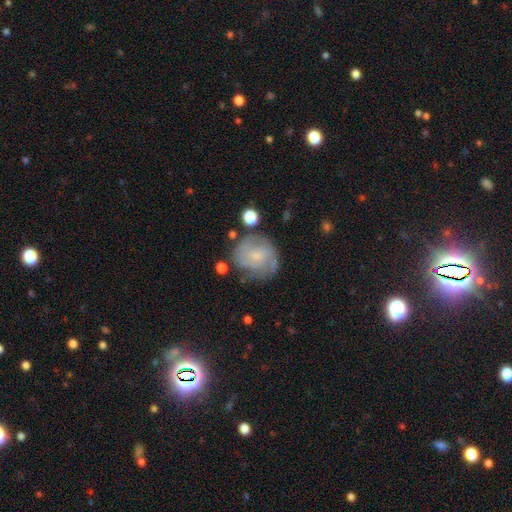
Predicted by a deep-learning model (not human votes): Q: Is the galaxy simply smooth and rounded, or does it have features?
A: featured or disk — 56%.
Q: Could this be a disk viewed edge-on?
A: no — 97%.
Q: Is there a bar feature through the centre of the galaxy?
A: no — 69%.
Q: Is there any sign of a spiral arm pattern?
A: yes — 79%.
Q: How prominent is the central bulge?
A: small — 69%.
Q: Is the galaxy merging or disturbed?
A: none — 63%.